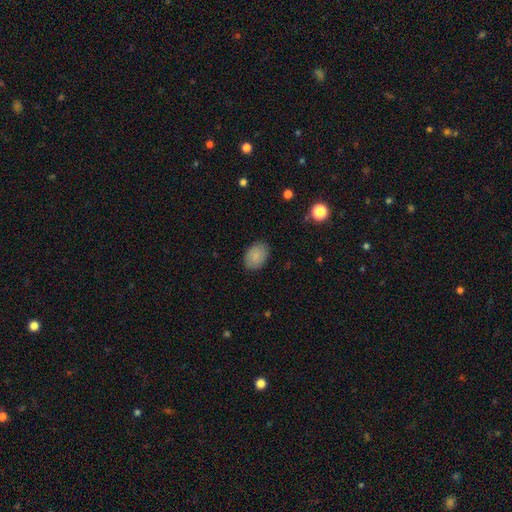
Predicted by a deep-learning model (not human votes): Q: Smooth or featured?
A: smooth (84%); runner-up: featured or disk (9%)
Q: How rounded?
A: in between (78%); runner-up: round (21%)
Q: Merging?
A: none (85%); runner-up: minor disturbance (11%)